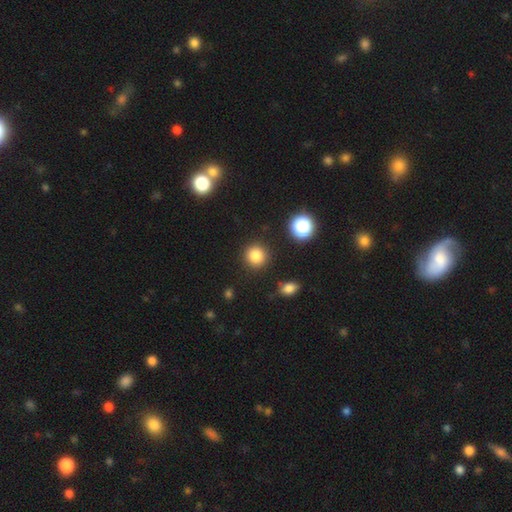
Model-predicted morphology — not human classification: Smooth or featured: smooth — 83% (star or artifact — 12%)
How rounded: round — 91% (in between — 8%)
Merging: none — 89% (minor disturbance — 6%)